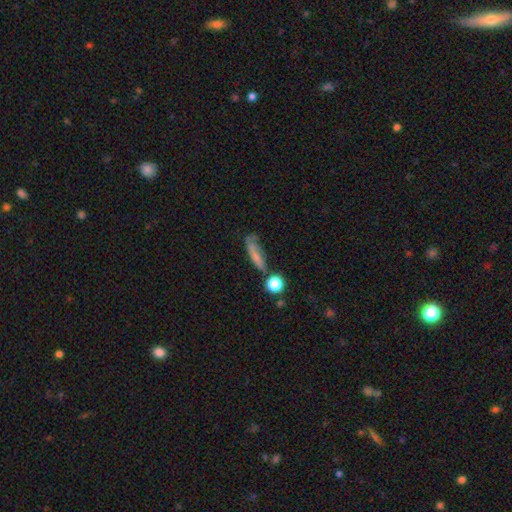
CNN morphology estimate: type=smooth (62%); roundness=cigar-shaped (54%); merging=none (43%).